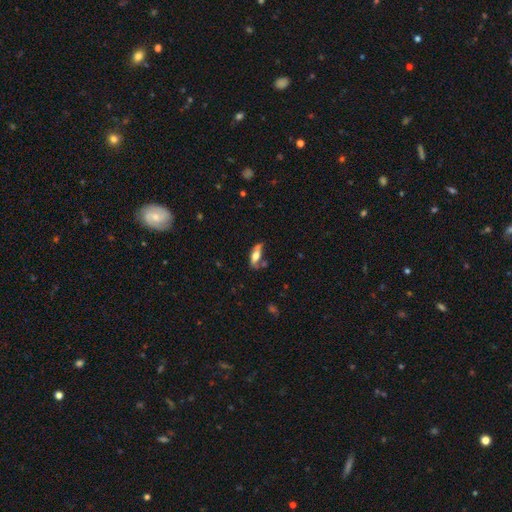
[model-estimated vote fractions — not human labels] Morphology: type=smooth (58%); roundness=in between (65%); merging=none (57%).